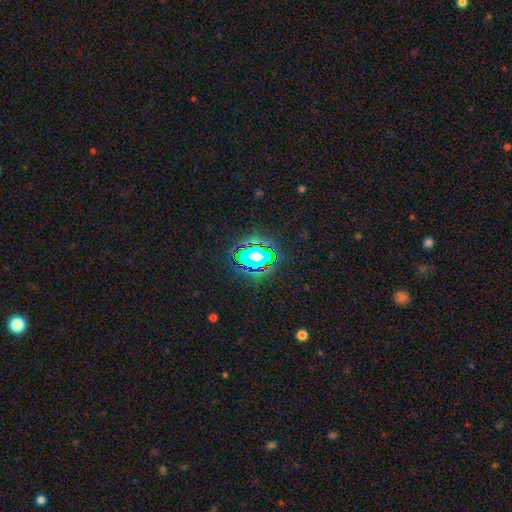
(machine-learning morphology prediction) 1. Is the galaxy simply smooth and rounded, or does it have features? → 68% star or artifact, 17% smooth, 15% featured or disk.